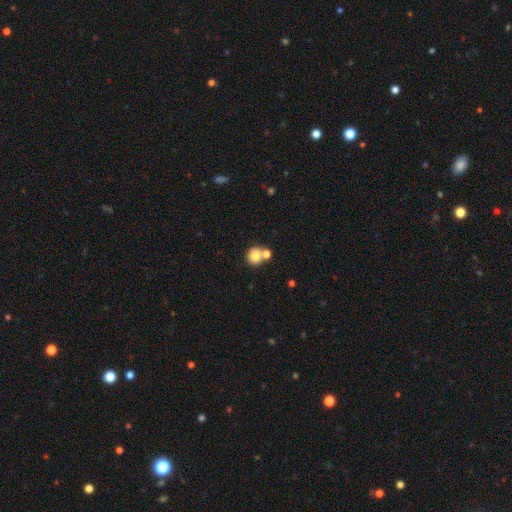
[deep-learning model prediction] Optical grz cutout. It shows a smooth galaxy with no disk features (79%) that is round (88%). Merging: none (53%).